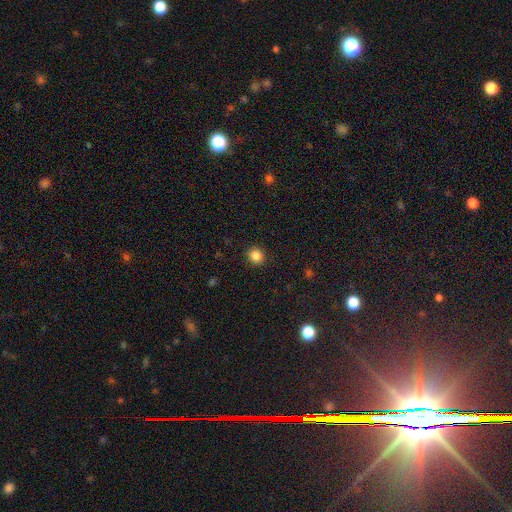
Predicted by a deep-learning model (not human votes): Smooth or featured? Predicted: smooth (p=0.86). How rounded? Predicted: round (p=0.87). Merging? Predicted: none (p=0.91).